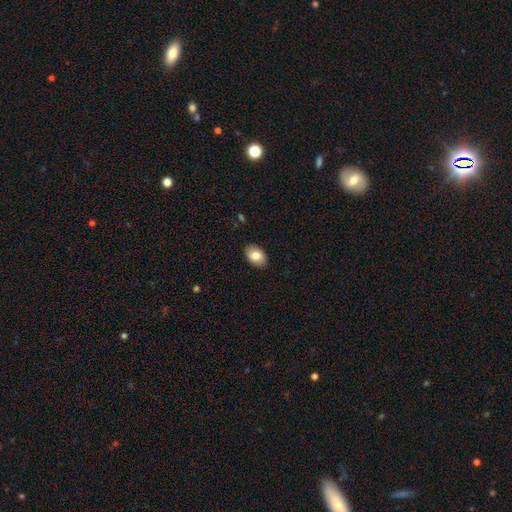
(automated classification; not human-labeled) smooth_or_featured: smooth (p=0.82) [alt: featured or disk p=0.11]
how_rounded: in between (p=0.87) [alt: round p=0.12]
merging: none (p=0.89) [alt: minor disturbance p=0.08]